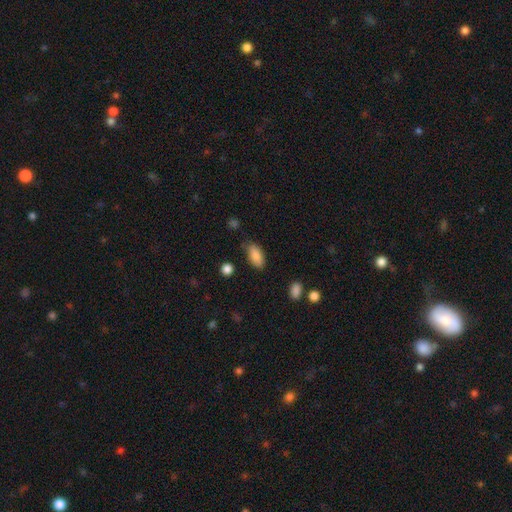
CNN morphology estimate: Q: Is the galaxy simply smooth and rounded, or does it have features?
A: smooth — 86%.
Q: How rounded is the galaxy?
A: in between — 90%.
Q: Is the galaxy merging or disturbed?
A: none — 75%.